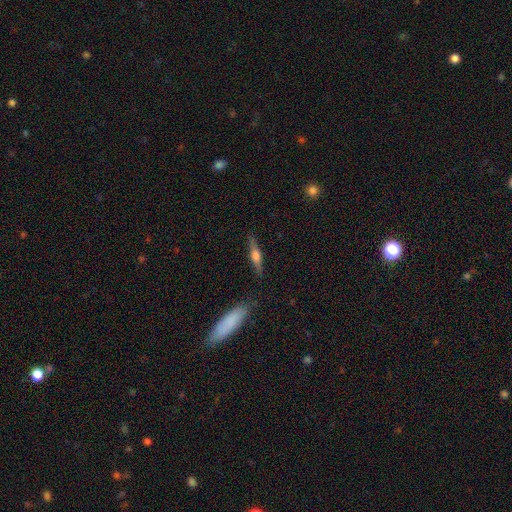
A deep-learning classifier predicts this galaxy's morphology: featured or disk 64%, smooth 29%, star or artifact 7%. Down the decision tree: edge-on disk — yes (96%); edge-on bulge — rounded (87%); merging — none (86%).